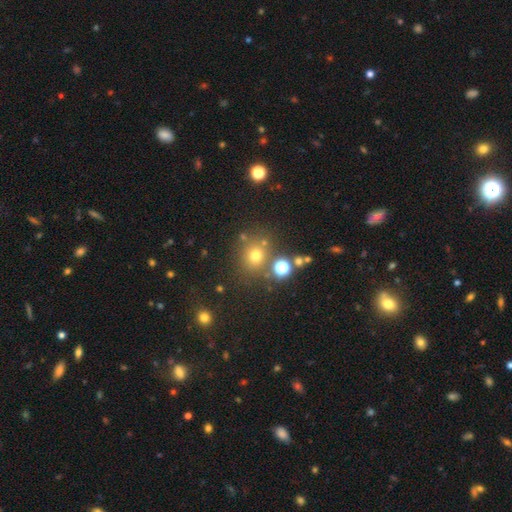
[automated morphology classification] Smooth or featured?
  - smooth: 67% *
  - star or artifact: 24%
  - featured or disk: 9%
How rounded?
  - round: 86% *
  - in between: 13%
  - cigar-shaped: 1%
Merging?
  - none: 76% *
  - merger: 10%
  - minor disturbance: 10%
  - major disturbance: 4%